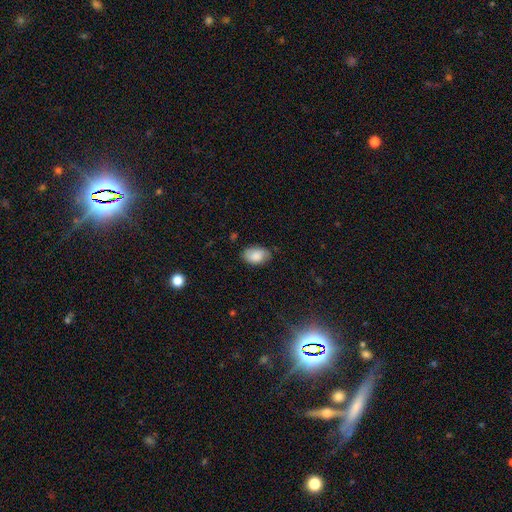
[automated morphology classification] A smooth galaxy with no disk features (85%) that is in between round and cigar-shaped (91%).

Vote fractions:
- Smooth or featured? smooth: 85% / featured or disk: 8% / star or artifact: 7%
- How rounded? in between: 91% / round: 8% / cigar-shaped: 1%
- Merging? none: 76% / minor disturbance: 20% / major disturbance: 3% / merger: 1%